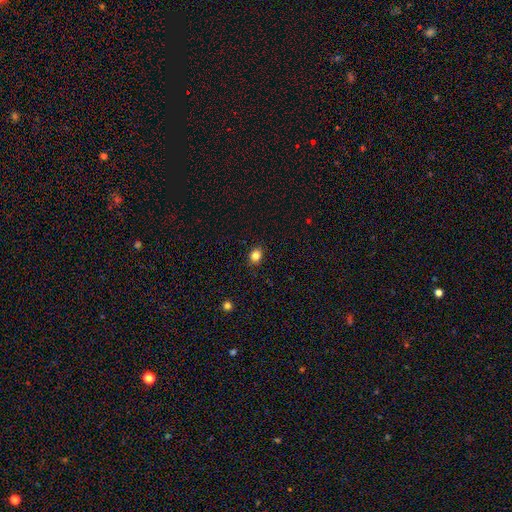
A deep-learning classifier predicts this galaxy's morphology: Smooth or featured: smooth — 83% (star or artifact — 12%)
How rounded: round — 64% (in between — 35%)
Merging: none — 88% (minor disturbance — 9%)